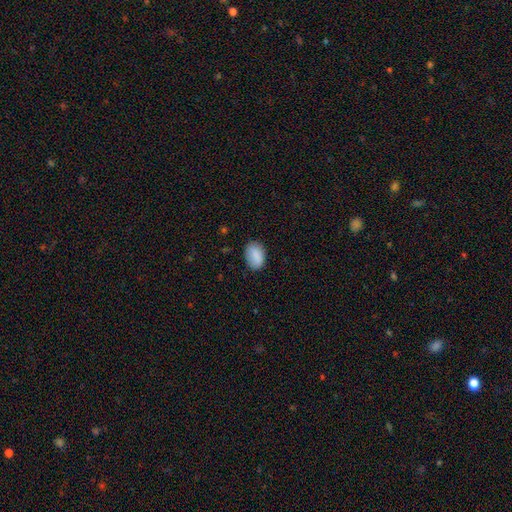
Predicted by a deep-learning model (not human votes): This appears to be a smooth galaxy with no disk features (88%) that is in between round and cigar-shaped (85%). Merging: none (80%).